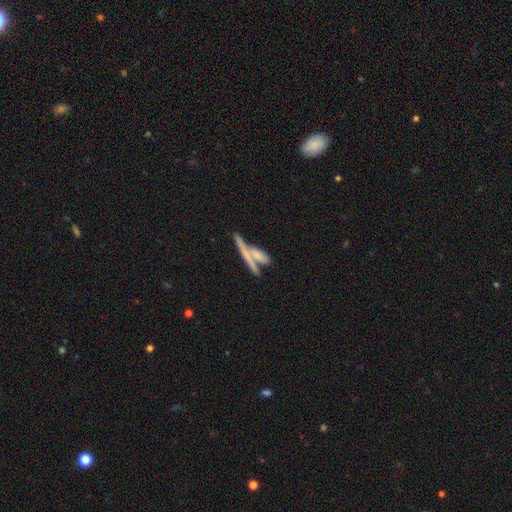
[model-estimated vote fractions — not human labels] Q: Smooth or featured?
A: featured or disk (46%); runner-up: smooth (45%)
Q: Merging?
A: merger (52%); runner-up: none (32%)